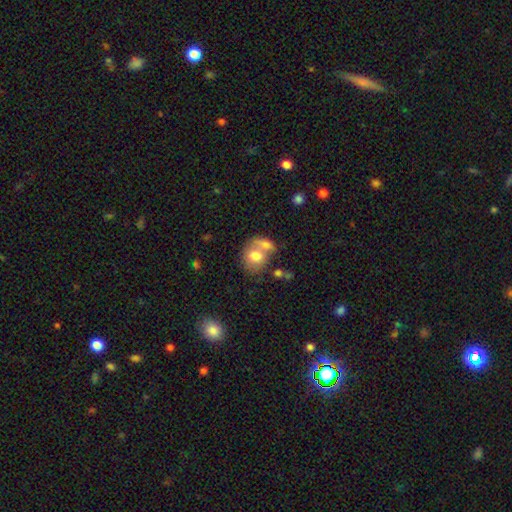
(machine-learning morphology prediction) This is likely a smooth galaxy (71%). How rounded: possibly round (54%). Merging: possibly merger (52%).